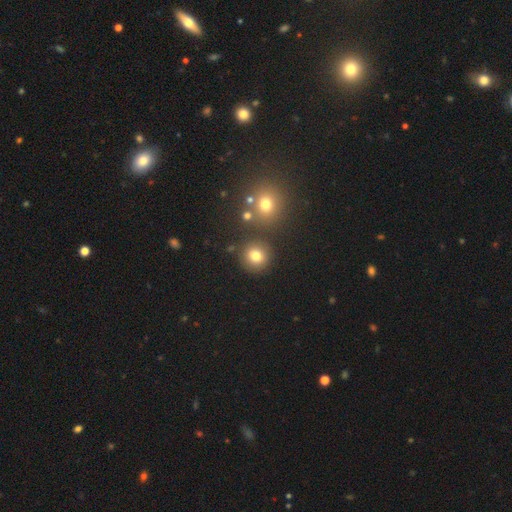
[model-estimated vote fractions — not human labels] A smooth galaxy with no disk features (78%) that is round (91%).

Vote fractions:
- Smooth or featured? smooth: 78% / star or artifact: 14% / featured or disk: 7%
- How rounded? round: 91% / in between: 8% / cigar-shaped: 1%
- Merging? none: 83% / minor disturbance: 8% / merger: 7% / major disturbance: 3%